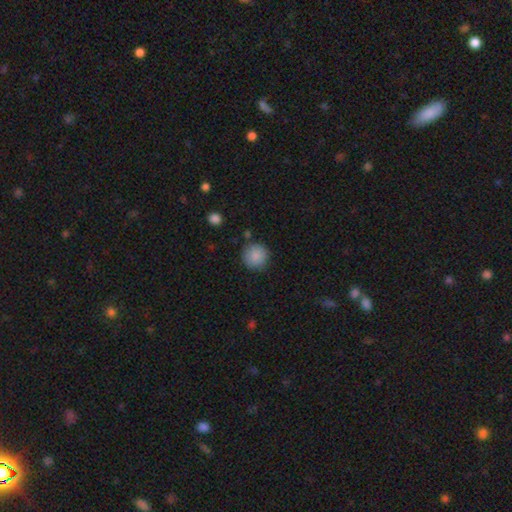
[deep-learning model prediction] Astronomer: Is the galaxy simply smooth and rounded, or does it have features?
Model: smooth — 88%.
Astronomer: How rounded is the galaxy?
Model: round — 94%.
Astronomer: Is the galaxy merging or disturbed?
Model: none — 86%.